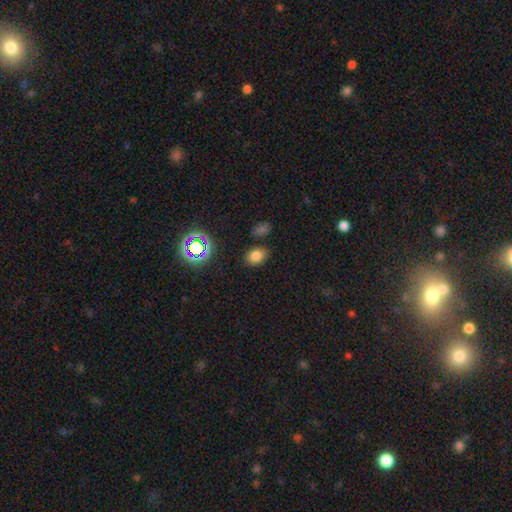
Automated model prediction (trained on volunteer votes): Smooth or featured?
  - smooth: 75% *
  - star or artifact: 18%
  - featured or disk: 6%
How rounded?
  - in between: 66% *
  - round: 33%
  - cigar-shaped: 1%
Merging?
  - none: 81% *
  - minor disturbance: 11%
  - merger: 5%
  - major disturbance: 3%